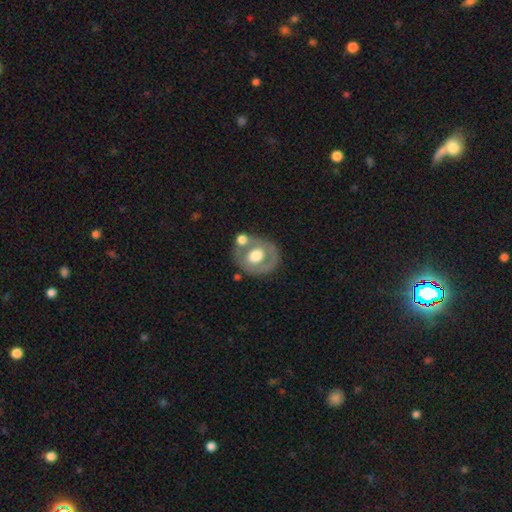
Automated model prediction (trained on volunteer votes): This appears to be a featured or disk galaxy (50%). Merging: none (60%).